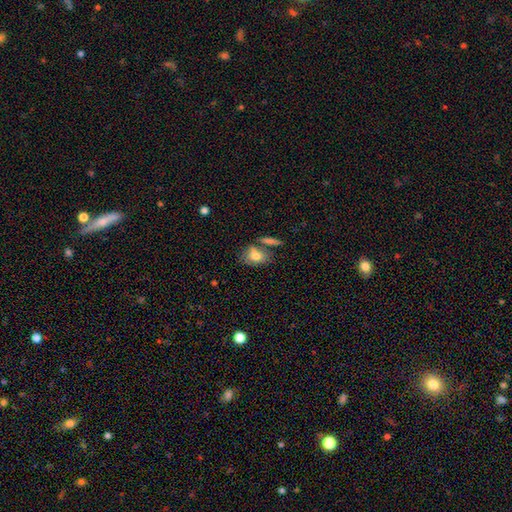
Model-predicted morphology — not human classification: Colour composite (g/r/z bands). It shows a smooth galaxy with no disk features (73%) that is in between round and cigar-shaped (74%). Merging: none (48%).